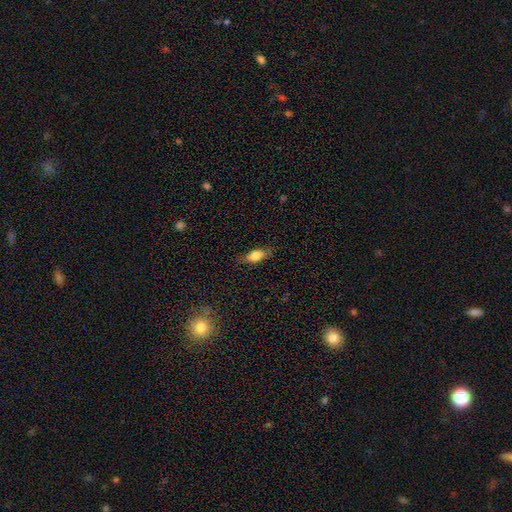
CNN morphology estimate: type=smooth (72%); roundness=in between (72%); merging=none (80%).